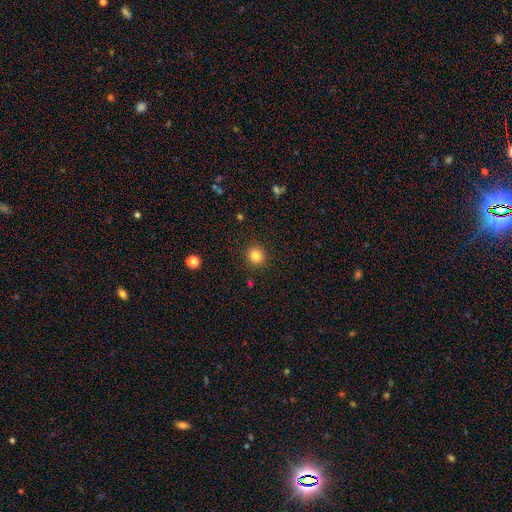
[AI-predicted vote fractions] Smooth or featured: smooth — 83% (star or artifact — 11%)
How rounded: round — 89% (in between — 11%)
Merging: none — 91% (minor disturbance — 6%)